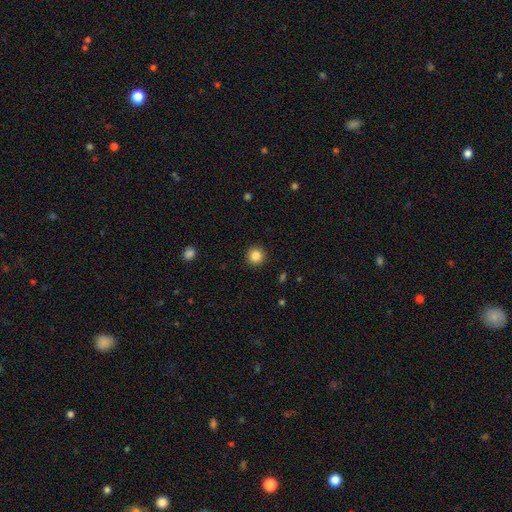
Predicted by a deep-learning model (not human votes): Overall: smooth (85%). How rounded: round (95%). Merging: none (92%).